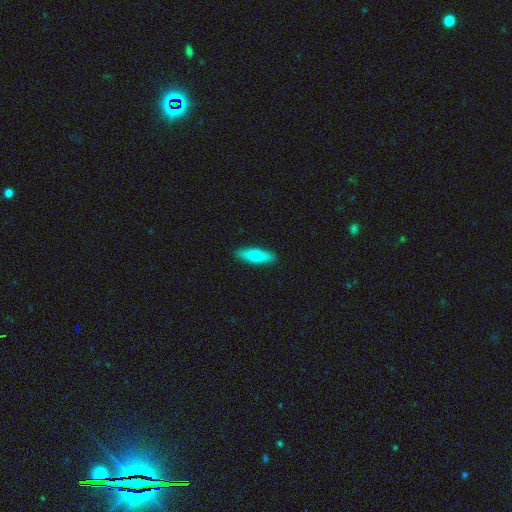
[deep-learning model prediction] A smooth galaxy with no disk features (67%) that is cigar-shaped (53%).

Vote fractions:
- Smooth or featured? smooth: 67% / featured or disk: 27% / star or artifact: 6%
- How rounded? cigar-shaped: 53% / in between: 44% / round: 3%
- Merging? none: 90% / minor disturbance: 7% / major disturbance: 2% / merger: 1%